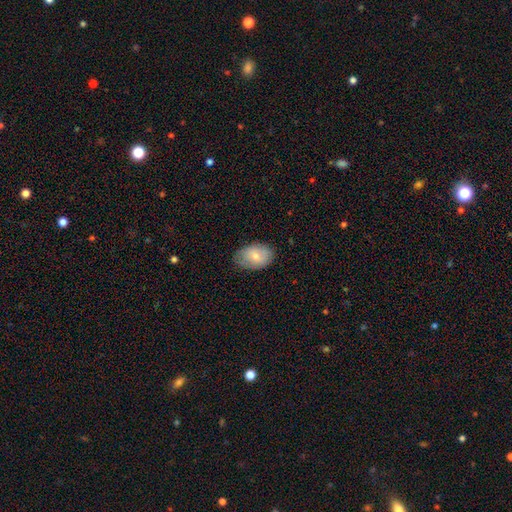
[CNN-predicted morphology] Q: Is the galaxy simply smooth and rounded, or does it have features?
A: smooth — 74%.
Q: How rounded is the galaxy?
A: in between — 87%.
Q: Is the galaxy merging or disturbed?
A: none — 75%.